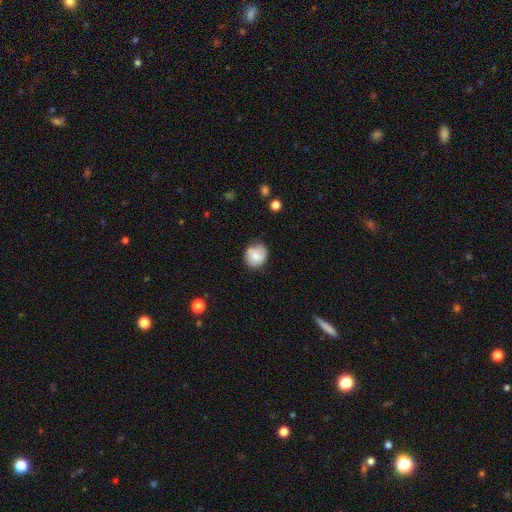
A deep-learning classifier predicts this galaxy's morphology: The model was most divided on "merging": none: 64%, minor disturbance: 25%, merger: 6%, major disturbance: 6%. More confident: how rounded — round (80%); smooth or featured — smooth (73%).